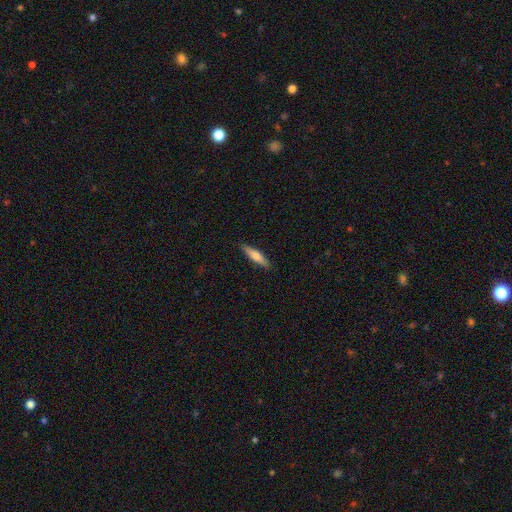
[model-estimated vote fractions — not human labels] A smooth galaxy with no disk features (68%) that is cigar-shaped (78%). Merging: none (89%).